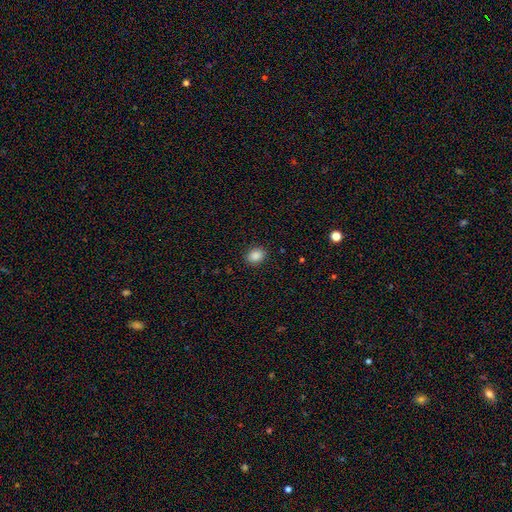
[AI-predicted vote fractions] smooth-or-featured: smooth: 87% | star or artifact: 10% | featured or disk: 3%
  how-rounded: in between: 58% | round: 41% | cigar-shaped: 1%
  merging: none: 89% | minor disturbance: 8% | major disturbance: 2% | merger: 1%